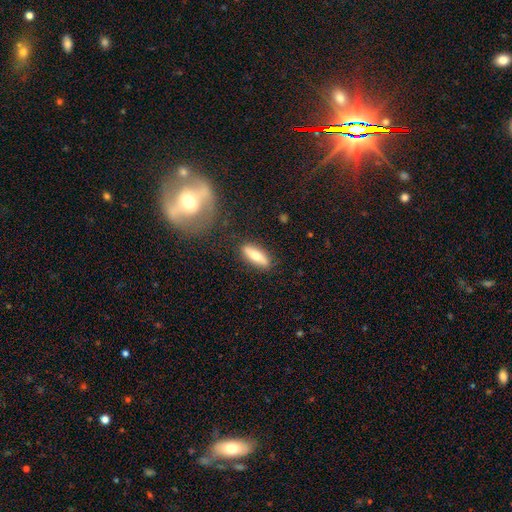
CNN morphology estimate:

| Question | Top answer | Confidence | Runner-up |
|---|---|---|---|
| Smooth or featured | smooth | 62% | featured or disk (31%) |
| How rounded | in between | 52% | cigar-shaped (45%) |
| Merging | none | 84% | minor disturbance (11%) |